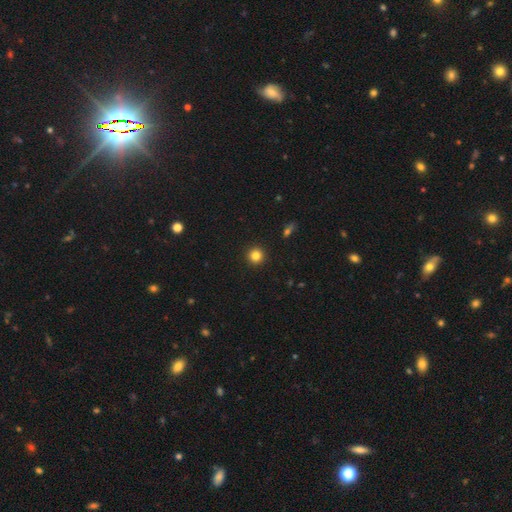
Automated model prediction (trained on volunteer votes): The model was most divided on "smooth or featured": smooth: 83%, star or artifact: 12%, featured or disk: 6%. More confident: how rounded — round (95%); merging — none (93%).